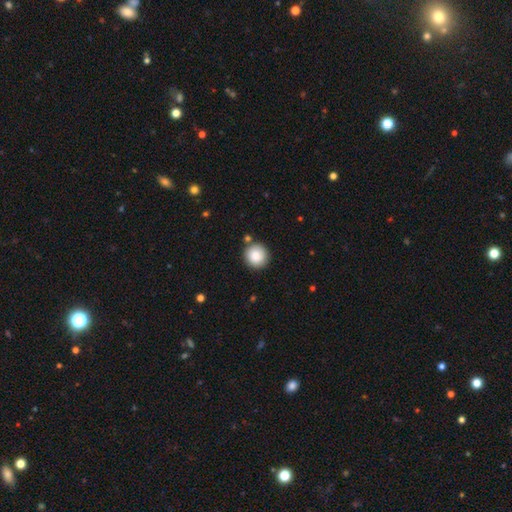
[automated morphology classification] A smooth galaxy with no disk features (87%) that is round (95%). Merging: none (86%).